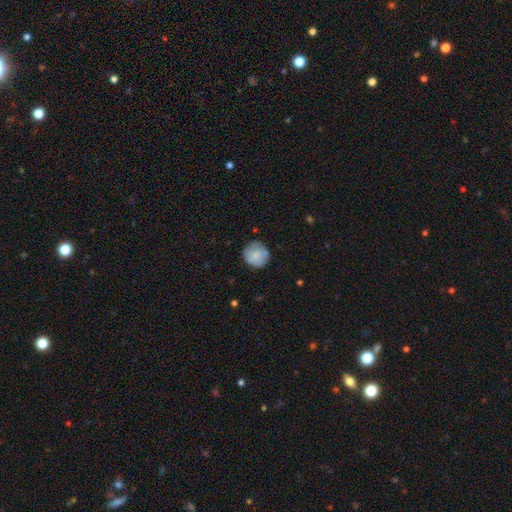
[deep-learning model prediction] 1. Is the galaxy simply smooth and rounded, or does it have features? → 69% smooth, 24% featured or disk, 7% star or artifact.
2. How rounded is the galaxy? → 91% round, 8% in between, 1% cigar-shaped.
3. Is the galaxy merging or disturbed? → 78% none, 17% minor disturbance, 4% major disturbance, 1% merger.